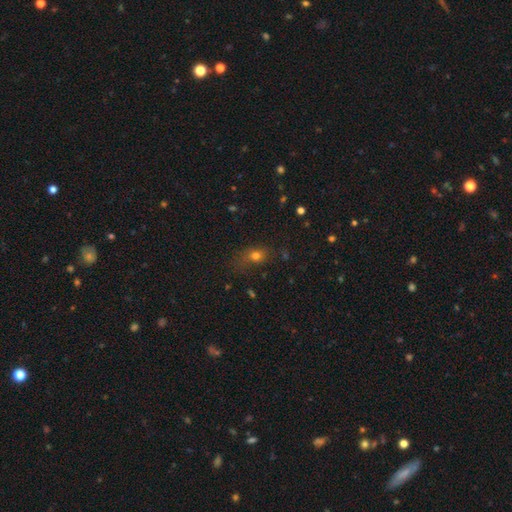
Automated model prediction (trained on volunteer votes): Smooth or featured? Predicted: smooth (p=0.72). How rounded? Predicted: in between (p=0.57). Merging? Predicted: none (p=0.59).